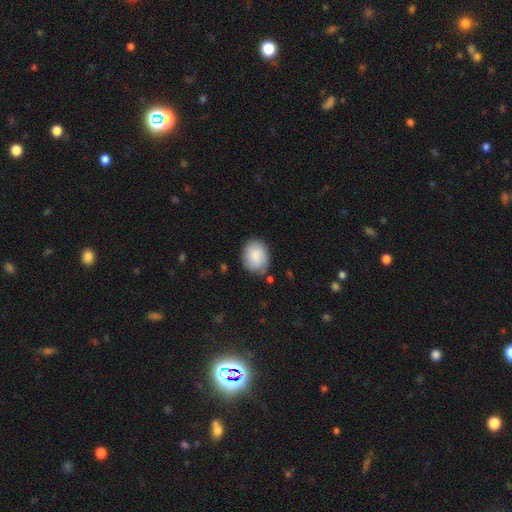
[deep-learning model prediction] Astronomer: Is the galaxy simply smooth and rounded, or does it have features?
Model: smooth — 84%.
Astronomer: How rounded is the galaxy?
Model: in between — 57% (runner-up: round, 42%).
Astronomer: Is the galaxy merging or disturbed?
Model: none — 73%.